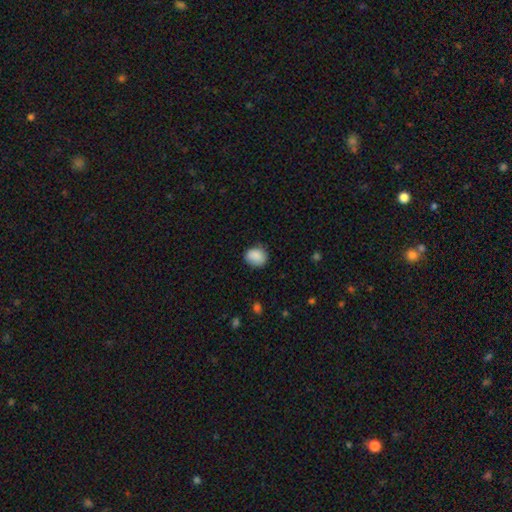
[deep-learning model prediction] Q: Smooth or featured?
A: smooth (88%); runner-up: star or artifact (8%)
Q: How rounded?
A: round (65%); runner-up: in between (34%)
Q: Merging?
A: none (79%); runner-up: minor disturbance (16%)